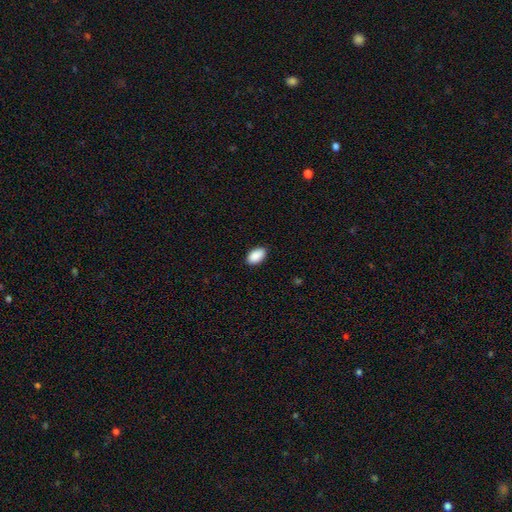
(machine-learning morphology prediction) Smooth or featured?
  - smooth: 90% *
  - star or artifact: 7%
  - featured or disk: 3%
How rounded?
  - in between: 94% *
  - round: 4%
  - cigar-shaped: 1%
Merging?
  - none: 88% *
  - minor disturbance: 9%
  - major disturbance: 2%
  - merger: 1%